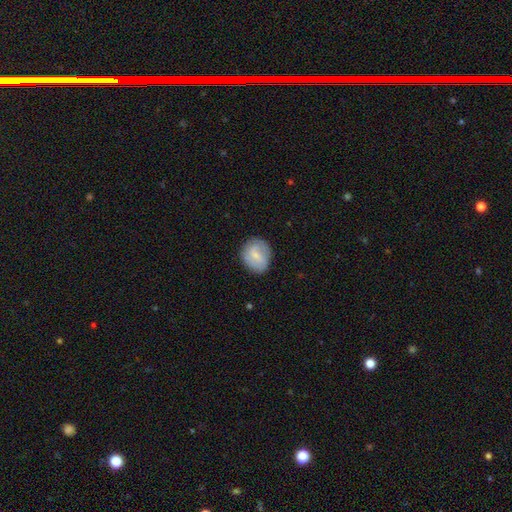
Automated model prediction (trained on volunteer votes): Morphology: type=smooth (61%); roundness=round (67%); merging=none (80%).